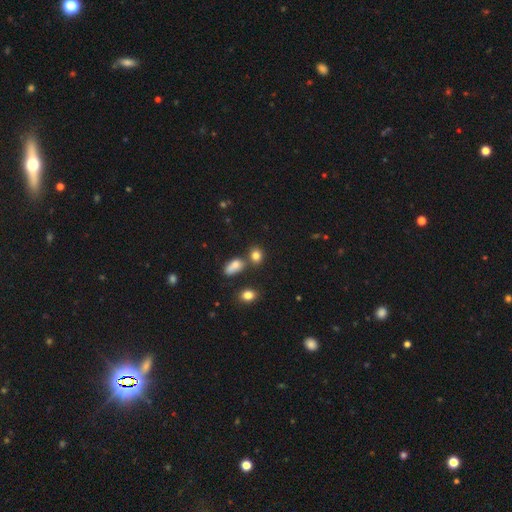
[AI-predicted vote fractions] This appears to be a smooth galaxy with no disk features (82%) that is round (53%). Merging: none (65%).